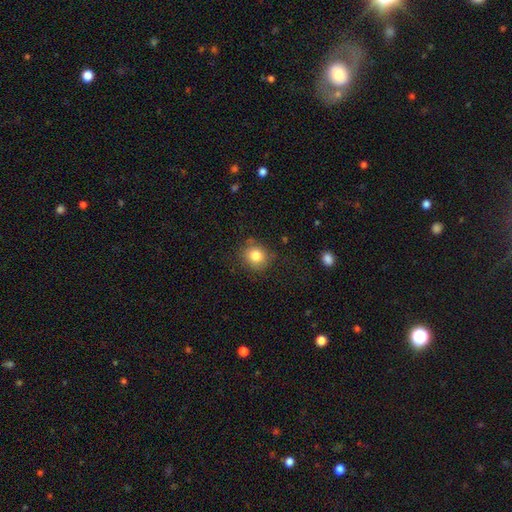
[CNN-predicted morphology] Smooth or featured? smooth (82%)
How rounded? round (82%)
Merging? none (80%)